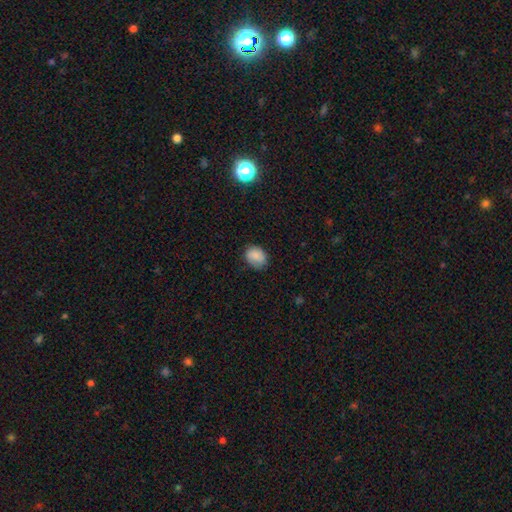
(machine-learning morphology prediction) A smooth galaxy with no disk features (86%) that is in between round and cigar-shaped (56%).

Vote fractions:
- Smooth or featured? smooth: 86% / star or artifact: 8% / featured or disk: 5%
- How rounded? in between: 56% / round: 44% / cigar-shaped: 1%
- Merging? none: 74% / minor disturbance: 21% / major disturbance: 4% / merger: 1%